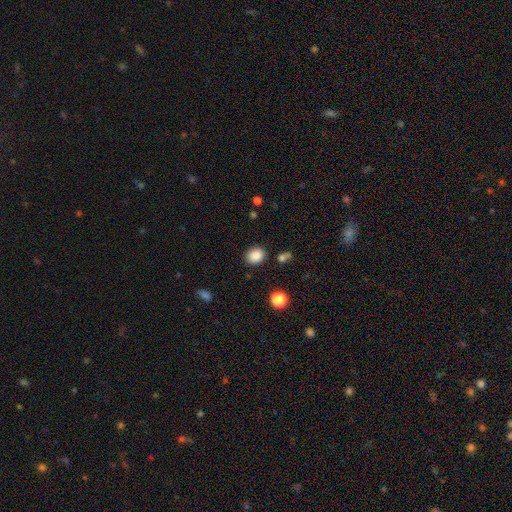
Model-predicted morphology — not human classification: The model was most divided on "how rounded": round: 58%, in between: 41%, cigar-shaped: 1%. More confident: smooth or featured — smooth (86%); merging — none (85%).